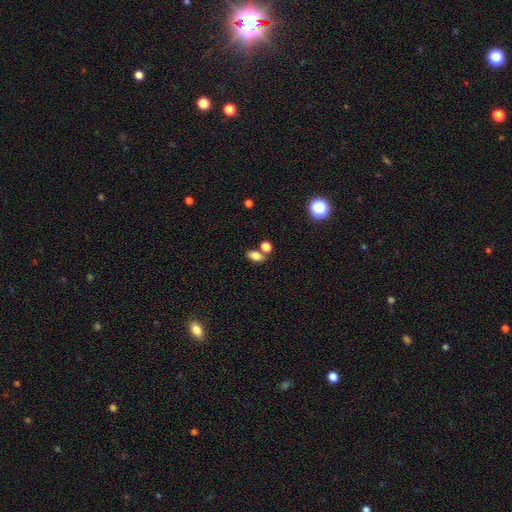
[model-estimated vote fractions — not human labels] The model was most divided on "merging": none: 57%, merger: 28%, minor disturbance: 11%, major disturbance: 4%. More confident: how rounded — in between (85%); smooth or featured — smooth (80%).